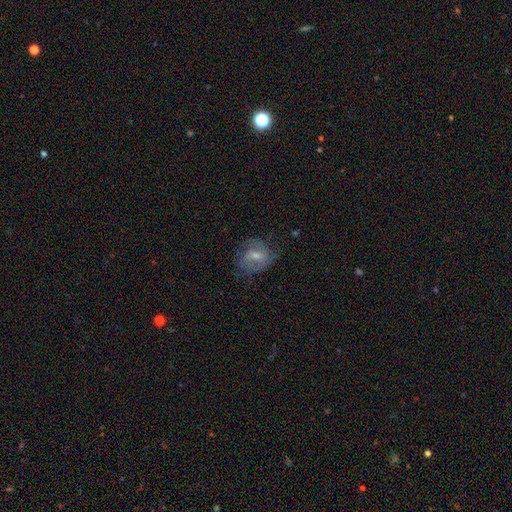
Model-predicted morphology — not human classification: smooth_or_featured: featured or disk (p=0.65) [alt: smooth p=0.23]
disk_edge_on: no (p=0.96) [alt: yes p=0.04]
bar: weak (p=0.51) [alt: no p=0.32]
has_spiral_arms: yes (p=0.84) [alt: no p=0.16]
spiral_winding: medium (p=0.45) [alt: tight p=0.36]
spiral_arm_count: 2 (p=0.41) [alt: can't tell p=0.31]
bulge_size: moderate (p=0.48) [alt: small p=0.42]
merging: none (p=0.67) [alt: minor disturbance p=0.21]